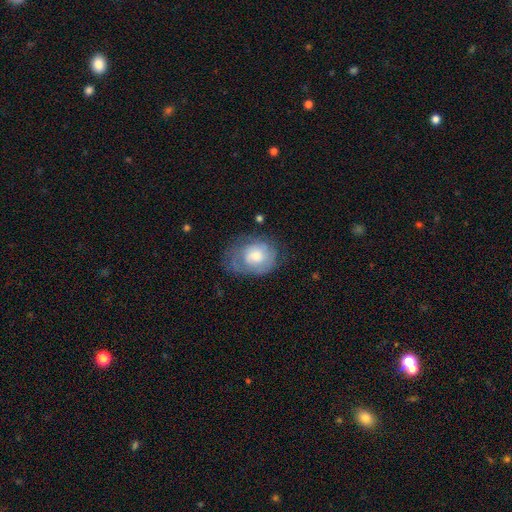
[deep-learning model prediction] Smooth or featured: smooth — 47% (featured or disk — 45%)
Merging: none — 51% (minor disturbance — 29%)